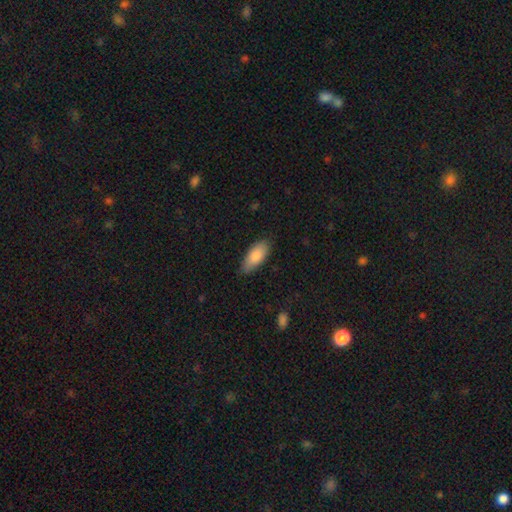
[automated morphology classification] Smooth or featured? smooth (85%)
How rounded? in between (83%)
Merging? none (81%)